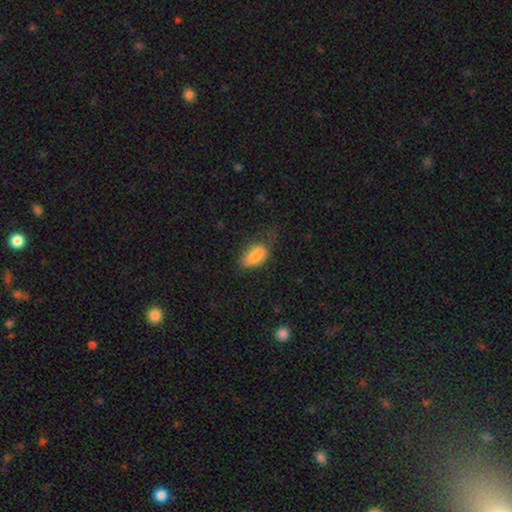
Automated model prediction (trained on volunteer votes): Smooth or featured: smooth — 80% (featured or disk — 12%)
How rounded: in between — 91% (round — 5%)
Merging: none — 47% (minor disturbance — 31%)